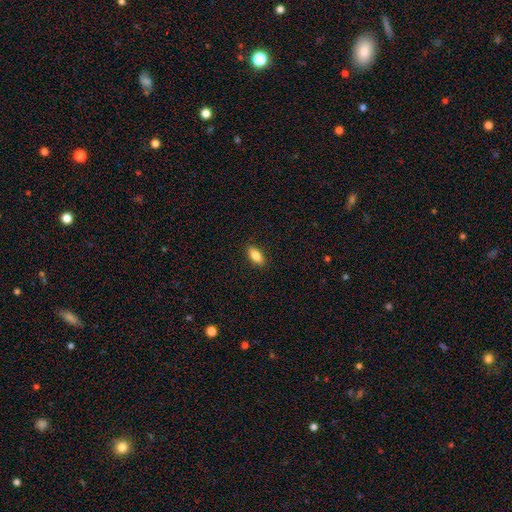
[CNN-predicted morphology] type=smooth (83%); roundness=in between (84%); merging=none (89%).